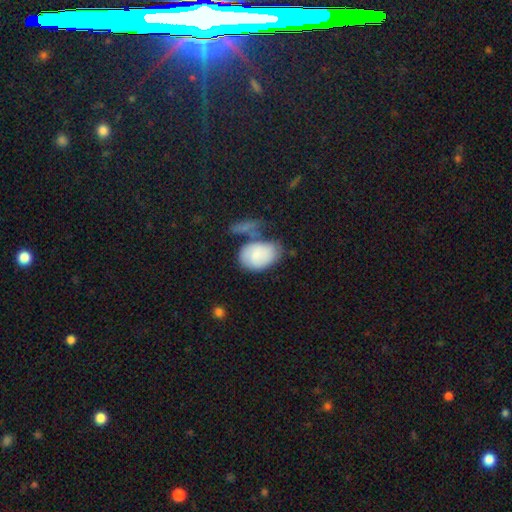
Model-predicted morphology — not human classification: smooth_or_featured: smooth (p=0.79) [alt: featured or disk p=0.15]
how_rounded: in between (p=0.83) [alt: round p=0.15]
merging: none (p=0.39) [alt: merger p=0.25]